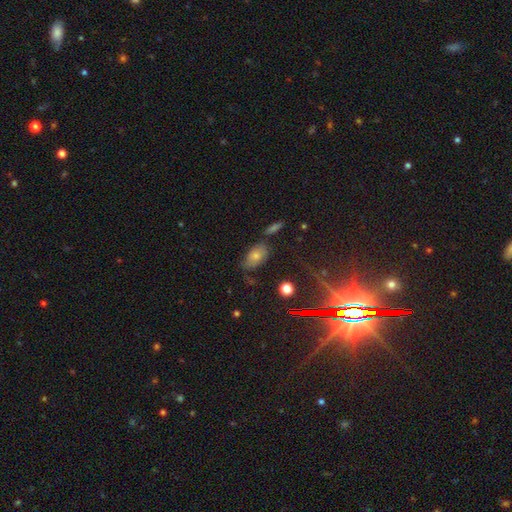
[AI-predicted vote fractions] smooth_or_featured: smooth (p=0.67) [alt: featured or disk p=0.20]
how_rounded: in between (p=0.90) [alt: round p=0.07]
merging: none (p=0.56) [alt: minor disturbance p=0.28]